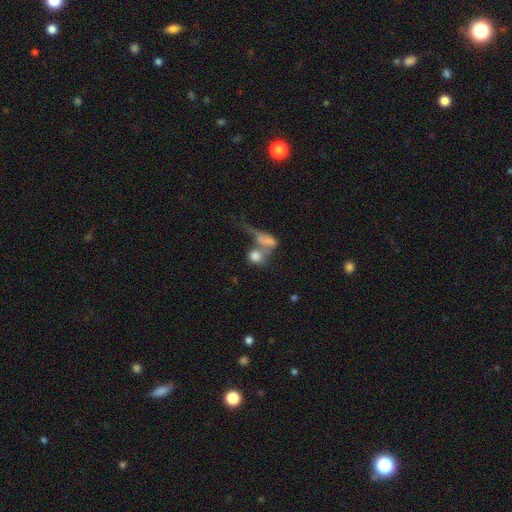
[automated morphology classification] The model was most divided on "how rounded": round: 57%, in between: 37%, cigar-shaped: 6%. More confident: smooth or featured — smooth (71%); merging — merger (59%).